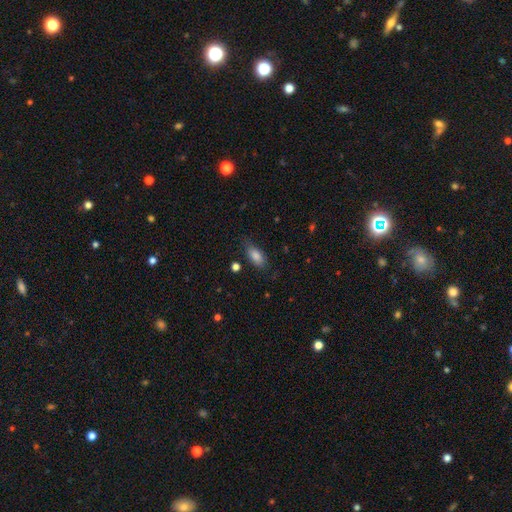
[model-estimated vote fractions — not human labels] smooth-or-featured: smooth: 82% | featured or disk: 10% | star or artifact: 8%
  how-rounded: in between: 83% | cigar-shaped: 13% | round: 3%
  merging: none: 70% | minor disturbance: 23% | major disturbance: 6% | merger: 2%